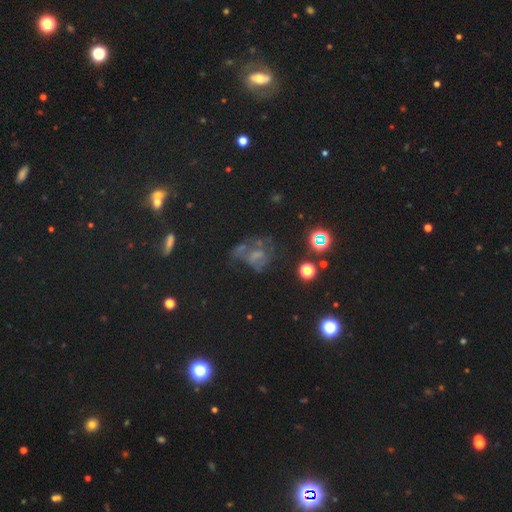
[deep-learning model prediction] smooth_or_featured: star or artifact (p=0.40) [alt: featured or disk p=0.34]